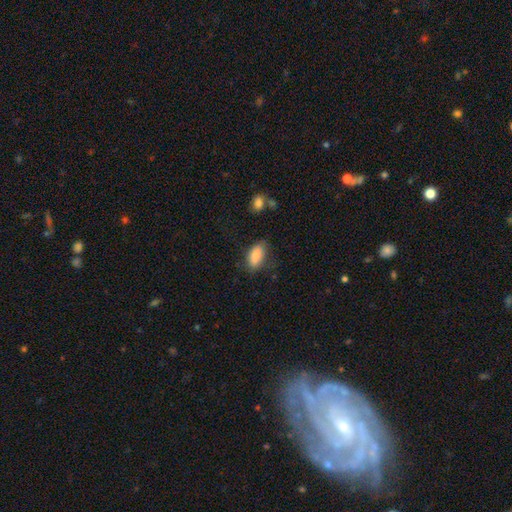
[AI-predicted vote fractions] smooth_or_featured: smooth (p=0.85) [alt: featured or disk p=0.08]
how_rounded: in between (p=0.89) [alt: cigar-shaped p=0.07]
merging: none (p=0.66) [alt: minor disturbance p=0.24]